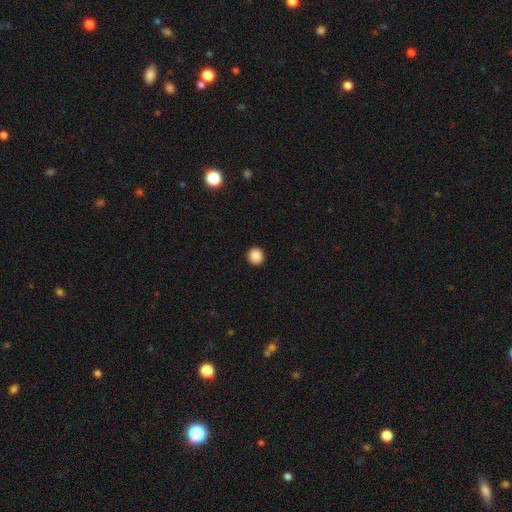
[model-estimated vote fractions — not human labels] A smooth galaxy with no disk features (88%) that is round (95%). Merging: none (93%).